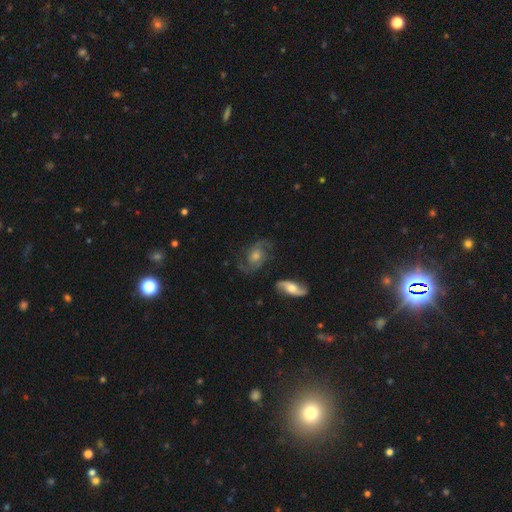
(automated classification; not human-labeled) Overall: featured or disk (80%). Edge-on disk: no (96%). Bar: no (62%; weak 31%). Spiral arms: yes (95%). Spiral arm count: 2 (89%). Spiral winding: medium (52%; loose 30%). Bulge size: moderate (58%; small 25%). Merging: none (74%).